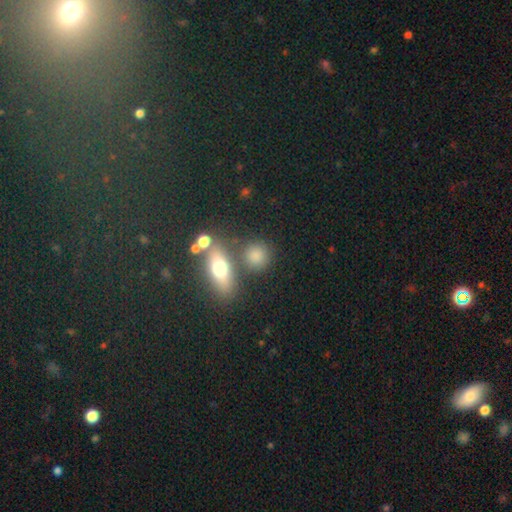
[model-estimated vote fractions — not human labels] Smooth or featured?
  - smooth: 77% *
  - star or artifact: 13%
  - featured or disk: 9%
How rounded?
  - round: 73% *
  - in between: 22%
  - cigar-shaped: 4%
Merging?
  - none: 69% *
  - merger: 14%
  - minor disturbance: 12%
  - major disturbance: 5%